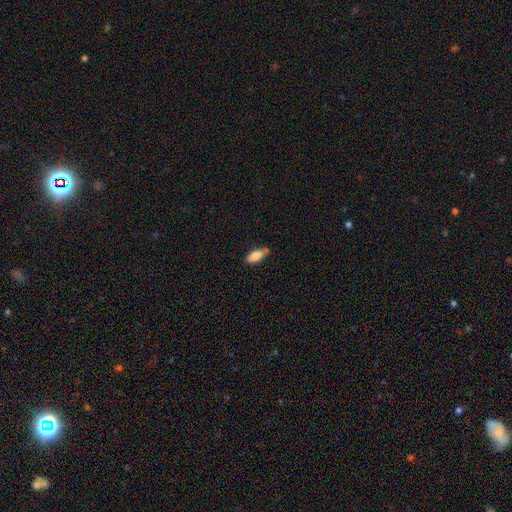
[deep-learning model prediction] This appears to be a smooth galaxy with no disk features (82%) that is in between round and cigar-shaped (81%). Merging: none (69%).